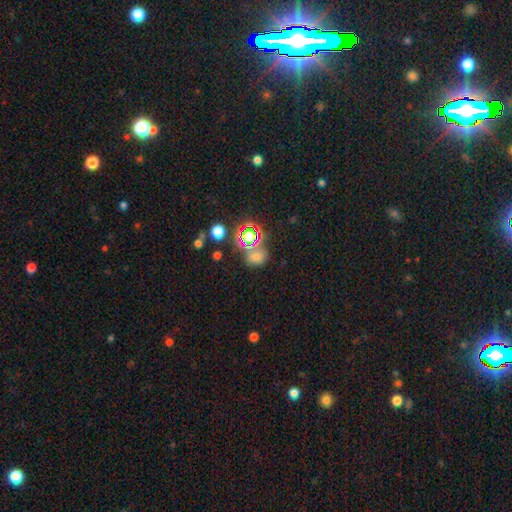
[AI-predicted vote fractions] A star or artifact, not a galaxy (56%).